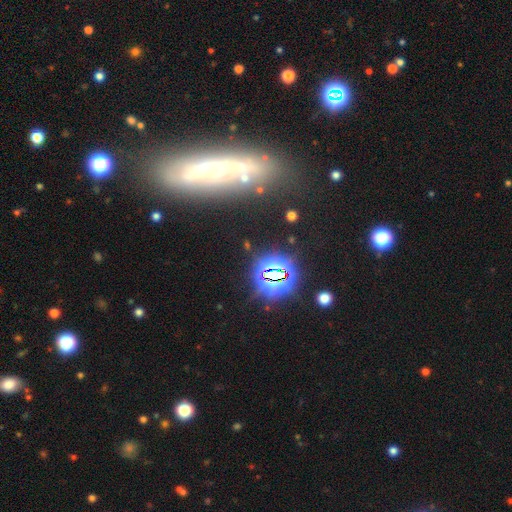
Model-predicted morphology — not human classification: Overall: featured or disk (59%; smooth 26%). Edge-on disk: no (56%; yes 44%). Merging: none (77%).